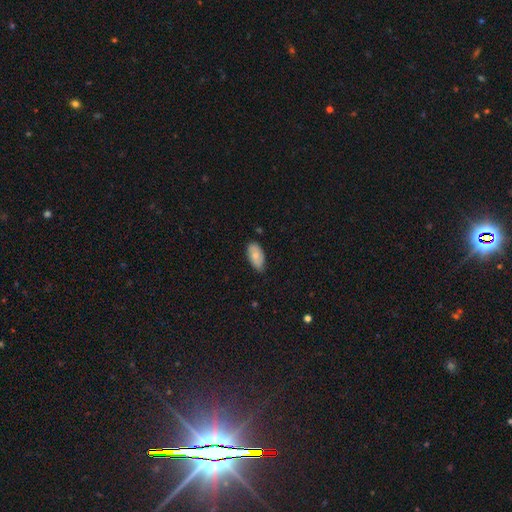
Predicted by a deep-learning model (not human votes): Smooth or featured? Predicted: smooth (p=0.69). How rounded? Predicted: in between (p=0.94). Merging? Predicted: none (p=0.76).